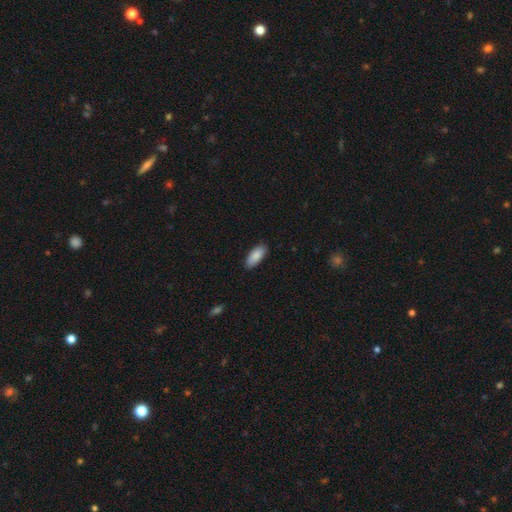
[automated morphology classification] Smooth or featured: smooth — 89% (star or artifact — 6%)
How rounded: in between — 88% (cigar-shaped — 10%)
Merging: none — 87% (minor disturbance — 10%)